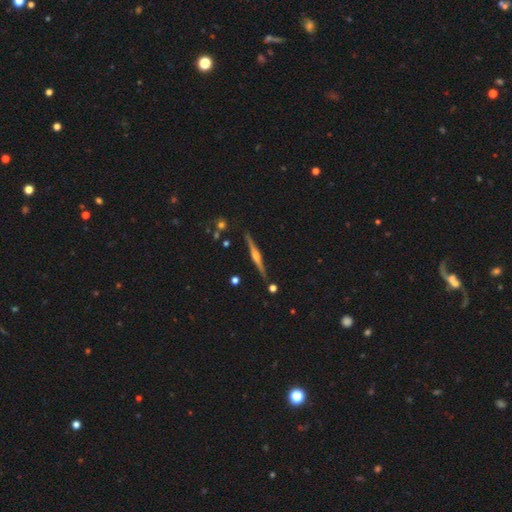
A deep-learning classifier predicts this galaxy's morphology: type=featured or disk (79%); edge-on=yes (98%); edge-on bulge=rounded (81%); merging=none (89%).